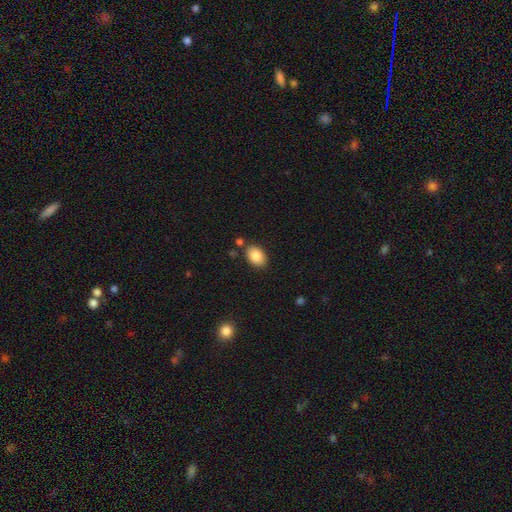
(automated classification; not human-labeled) Smooth or featured? Predicted: smooth (p=0.87). How rounded? Predicted: in between (p=0.83). Merging? Predicted: none (p=0.80).